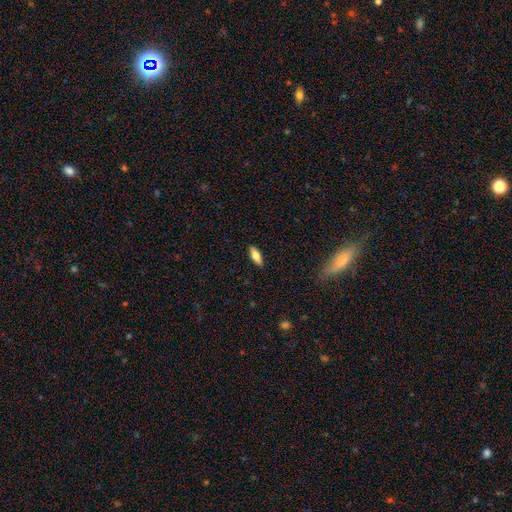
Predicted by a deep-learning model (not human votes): A smooth galaxy with no disk features (66%) that is in between round and cigar-shaped (67%).

Vote fractions:
- Smooth or featured? smooth: 66% / featured or disk: 28% / star or artifact: 7%
- How rounded? in between: 67% / cigar-shaped: 30% / round: 3%
- Merging? none: 89% / minor disturbance: 8% / major disturbance: 2% / merger: 1%